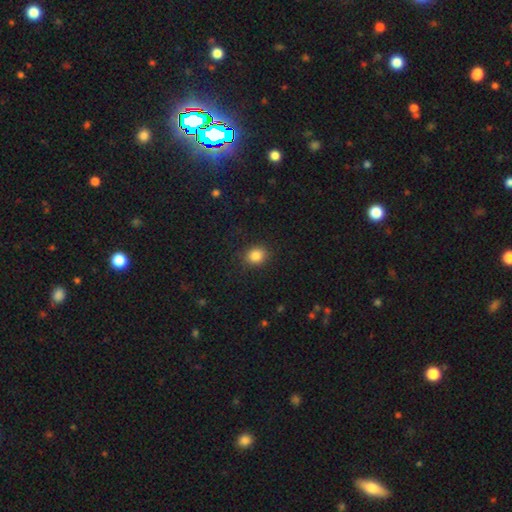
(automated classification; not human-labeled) This appears to be a smooth galaxy with no disk features (85%) that is round (69%). Merging: none (87%).